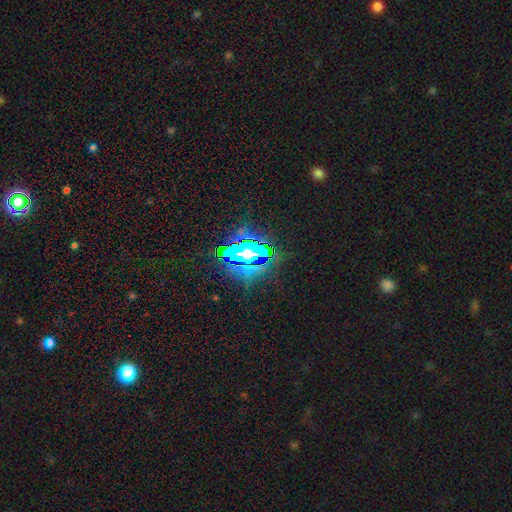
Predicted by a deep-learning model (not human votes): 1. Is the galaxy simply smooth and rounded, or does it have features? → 79% star or artifact, 13% smooth, 8% featured or disk.